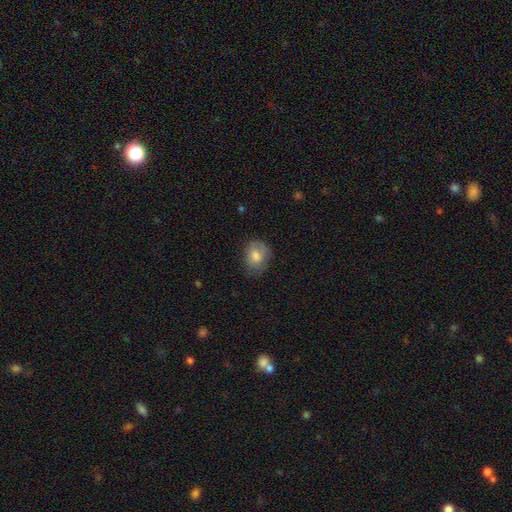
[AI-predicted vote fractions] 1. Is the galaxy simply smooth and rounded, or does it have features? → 75% smooth, 17% featured or disk, 8% star or artifact.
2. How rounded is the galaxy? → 53% round, 46% in between, 1% cigar-shaped.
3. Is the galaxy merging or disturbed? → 68% none, 23% minor disturbance, 7% major disturbance, 1% merger.